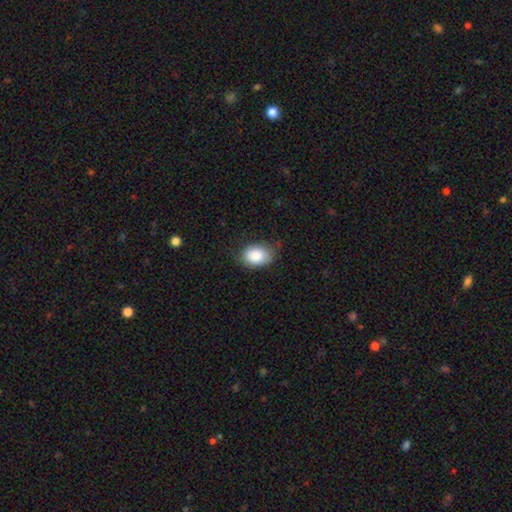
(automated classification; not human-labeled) Morphology: type=smooth (85%); roundness=in between (77%); merging=none (68%).